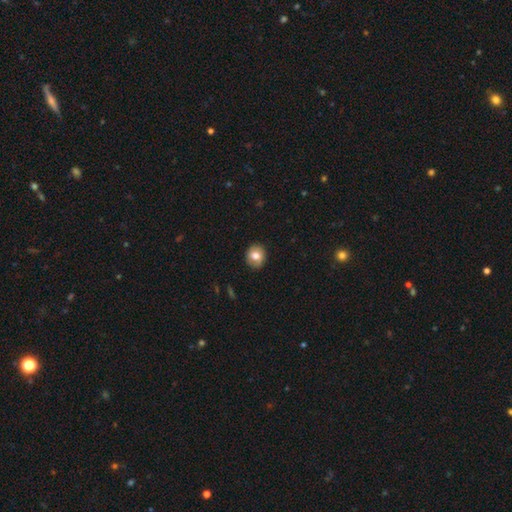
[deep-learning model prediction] Smooth or featured? smooth (76%)
How rounded? round (78%)
Merging? none (87%)